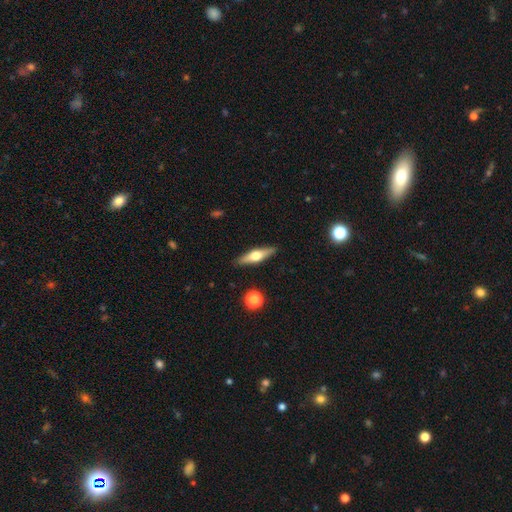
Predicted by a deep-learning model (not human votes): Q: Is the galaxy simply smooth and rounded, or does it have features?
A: featured or disk — 52%.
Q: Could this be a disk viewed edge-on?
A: yes — 93%.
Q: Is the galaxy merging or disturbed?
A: none — 89%.